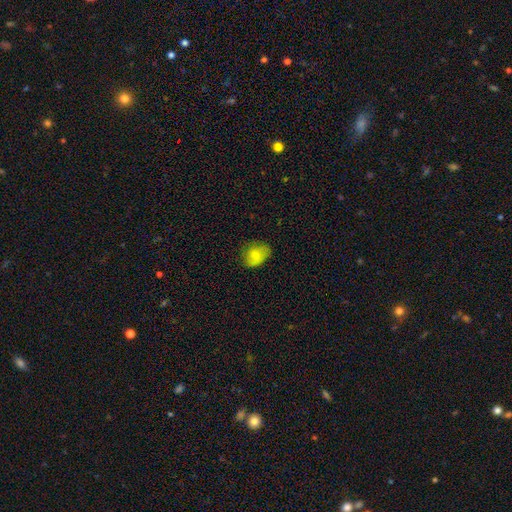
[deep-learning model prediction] Smooth or featured? smooth (75%)
How rounded? in between (61%)
Merging? none (66%)